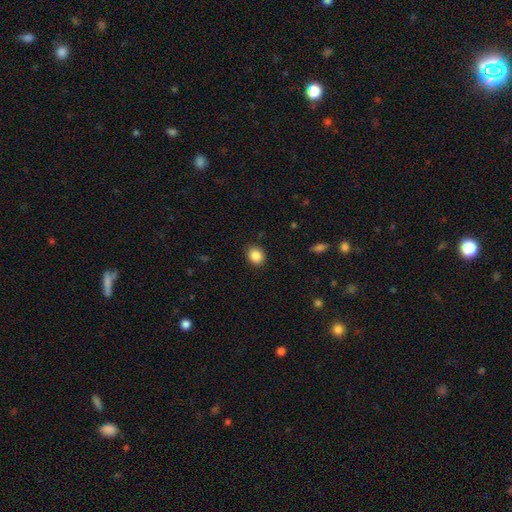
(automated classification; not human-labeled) A smooth galaxy with no disk features (87%) that is round (60%).

Vote fractions:
- Smooth or featured? smooth: 87% / star or artifact: 9% / featured or disk: 4%
- How rounded? round: 60% / in between: 39% / cigar-shaped: 1%
- Merging? none: 89% / minor disturbance: 7% / major disturbance: 2% / merger: 1%